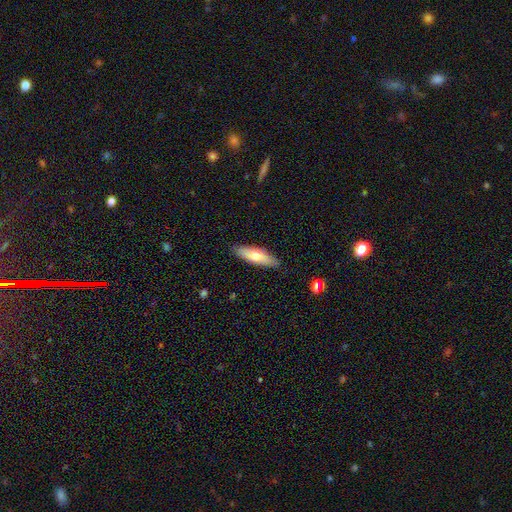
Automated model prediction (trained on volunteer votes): smooth-or-featured: smooth: 62% | featured or disk: 32% | star or artifact: 6%
  how-rounded: cigar-shaped: 53% | in between: 45% | round: 2%
  merging: none: 87% | minor disturbance: 10% | major disturbance: 2% | merger: 1%